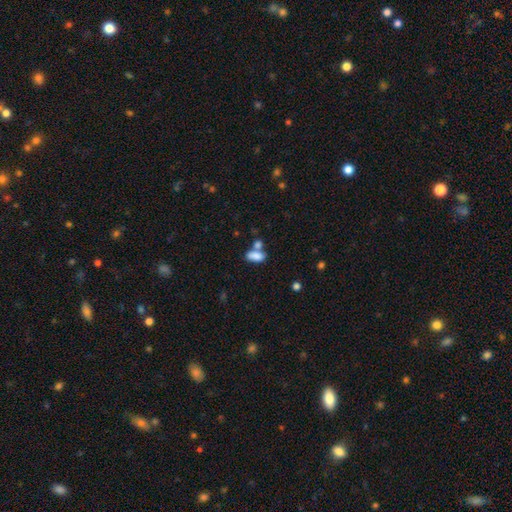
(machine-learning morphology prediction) A smooth galaxy with no disk features (82%) that is in between round and cigar-shaped (87%). Merging: merger (43%).